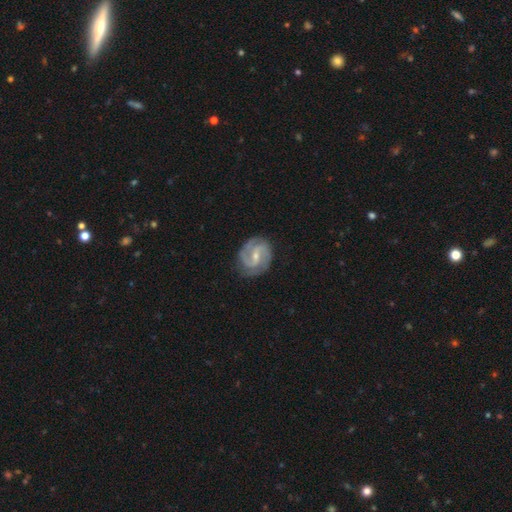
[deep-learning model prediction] Smooth or featured: featured or disk — 89% (smooth — 7%)
Edge-on disk: no — 98% (yes — 2%)
Bar: weak — 50% (strong — 29%)
Spiral arms: yes — 97% (no — 3%)
Spiral winding: medium — 52% (tight — 36%)
Spiral arm count: 2 — 85% (3 — 7%)
Bulge size: small — 58% (moderate — 37%)
Merging: none — 80% (minor disturbance — 15%)